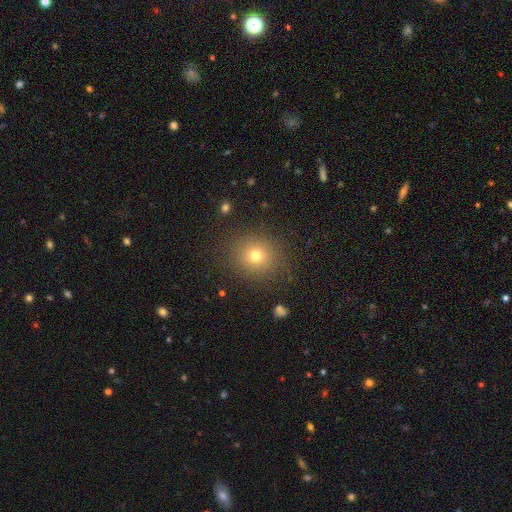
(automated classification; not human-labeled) A smooth galaxy with no disk features (74%) that is round (84%). Merging: none (88%).